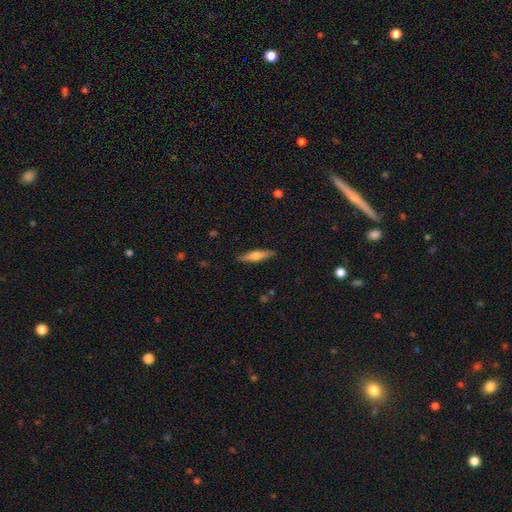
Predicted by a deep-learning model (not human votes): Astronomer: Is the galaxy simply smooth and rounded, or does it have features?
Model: smooth — 54% (runner-up: featured or disk, 40%).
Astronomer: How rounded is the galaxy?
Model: cigar-shaped — 79%.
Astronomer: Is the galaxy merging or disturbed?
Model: none — 88%.